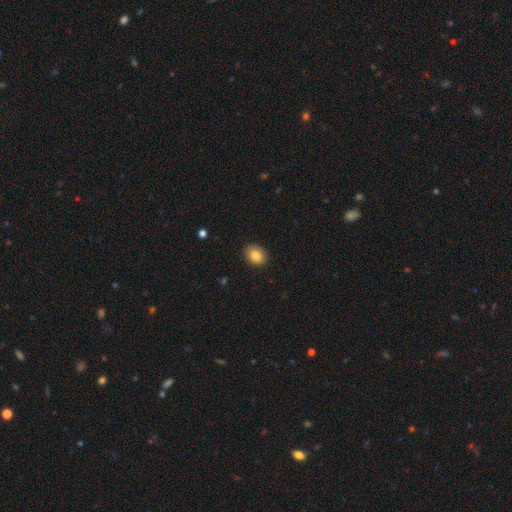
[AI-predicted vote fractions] A smooth galaxy with no disk features (85%) that is in between round and cigar-shaped (59%). Merging: none (88%).